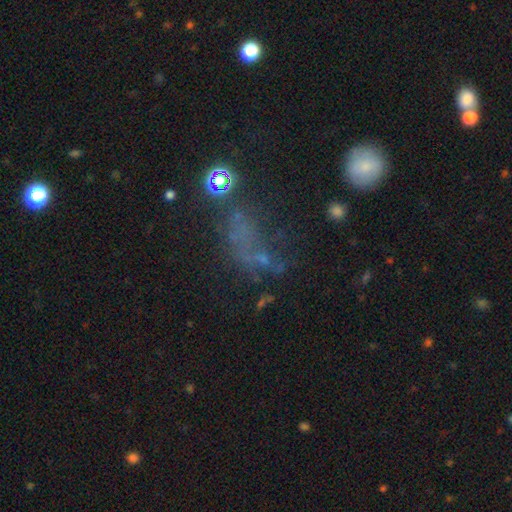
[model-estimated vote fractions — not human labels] Smooth or featured? star or artifact (38%)